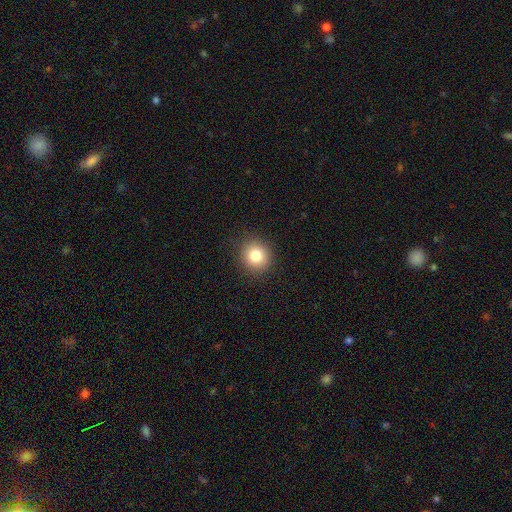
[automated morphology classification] The model was most divided on "smooth or featured": smooth: 82%, star or artifact: 11%, featured or disk: 8%. More confident: merging — none (91%); how rounded — round (90%).